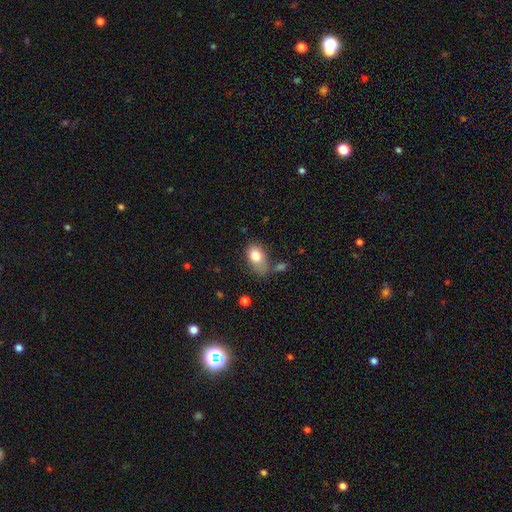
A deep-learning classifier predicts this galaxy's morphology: smooth 79%, featured or disk 13%, star or artifact 8%. Down the decision tree: how rounded — in between (84%); merging — none (45%).